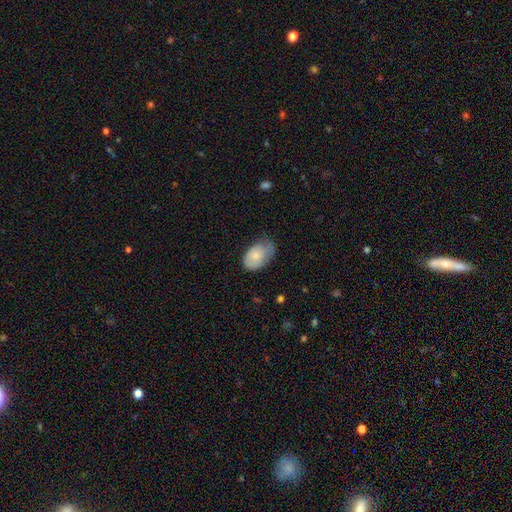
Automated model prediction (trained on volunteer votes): smooth_or_featured: smooth (p=0.78) [alt: featured or disk p=0.16]
how_rounded: in between (p=0.90) [alt: round p=0.08]
merging: minor disturbance (p=0.45) [alt: none p=0.38]